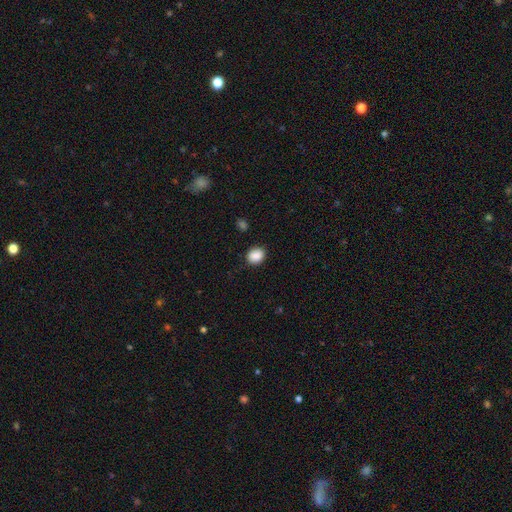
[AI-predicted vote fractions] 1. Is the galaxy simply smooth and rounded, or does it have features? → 88% smooth, 9% star or artifact, 3% featured or disk.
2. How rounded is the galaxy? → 58% round, 41% in between, 1% cigar-shaped.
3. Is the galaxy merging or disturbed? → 85% none, 11% minor disturbance, 3% major disturbance, 1% merger.